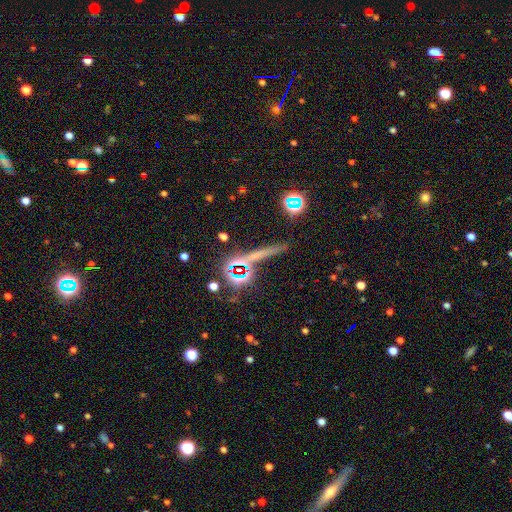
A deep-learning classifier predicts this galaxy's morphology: Overall: star or artifact (41%; smooth 36%).